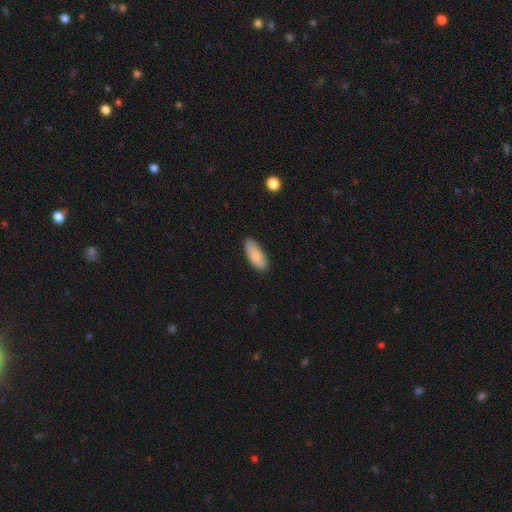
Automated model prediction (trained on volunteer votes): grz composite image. It shows a smooth galaxy with no disk features (85%) that is in between round and cigar-shaped (83%). Merging: none (82%).